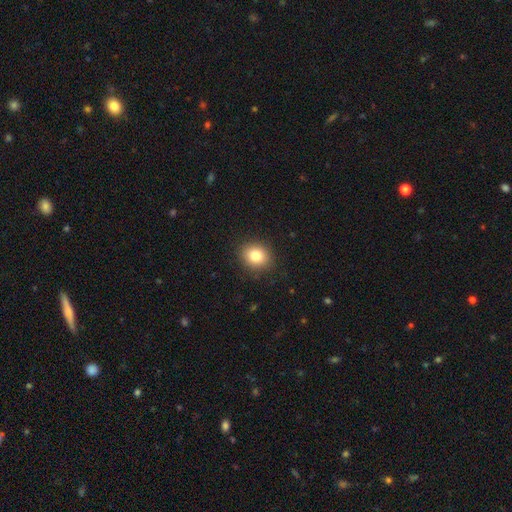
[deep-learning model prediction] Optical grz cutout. It shows a smooth galaxy with no disk features (83%) that is round (63%). Merging: none (88%).